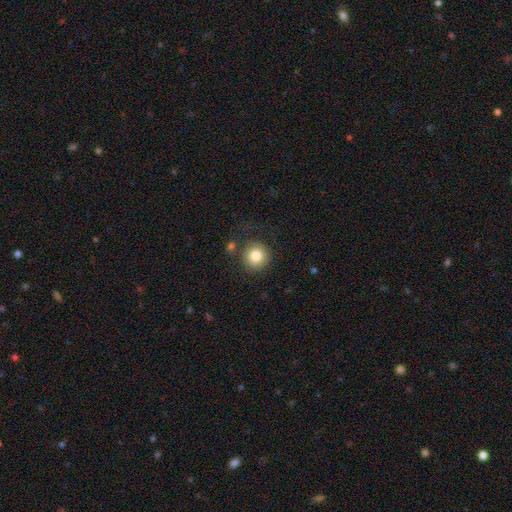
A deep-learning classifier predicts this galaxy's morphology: type=smooth (82%); roundness=round (94%); merging=none (79%).